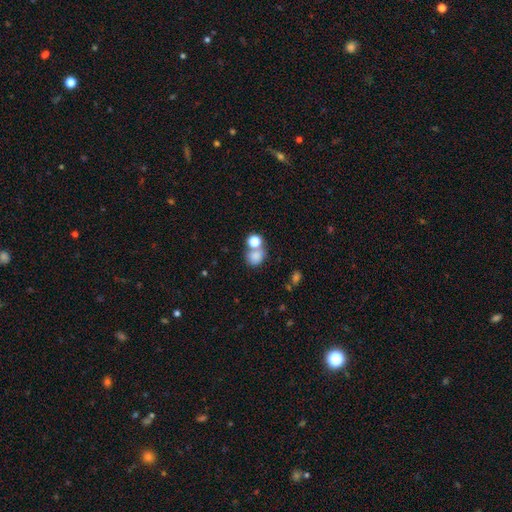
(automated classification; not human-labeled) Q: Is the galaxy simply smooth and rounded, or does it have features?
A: smooth — 78%.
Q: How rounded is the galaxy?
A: round — 65%.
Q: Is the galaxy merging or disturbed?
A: none — 44%.